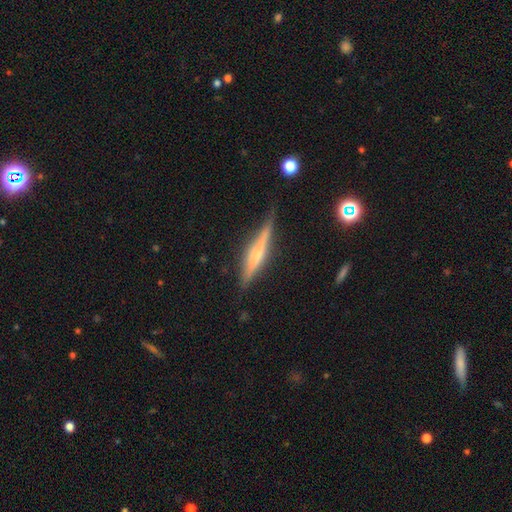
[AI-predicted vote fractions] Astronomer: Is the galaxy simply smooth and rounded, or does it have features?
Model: featured or disk — 65%.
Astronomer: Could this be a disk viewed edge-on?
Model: yes — 96%.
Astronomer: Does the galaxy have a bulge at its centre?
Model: rounded — 61%.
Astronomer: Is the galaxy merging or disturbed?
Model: none — 82%.